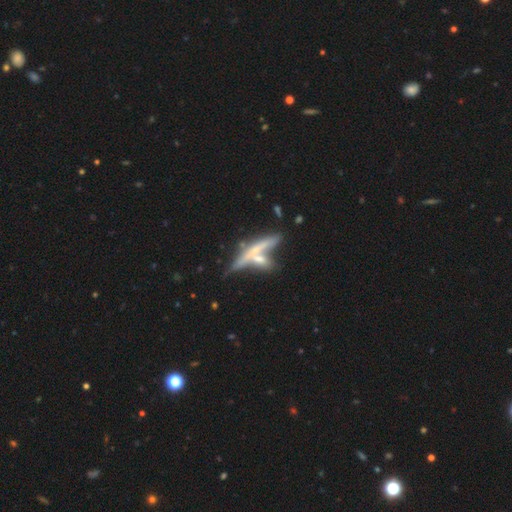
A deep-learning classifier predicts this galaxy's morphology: Overall: featured or disk (55%; smooth 37%). Edge-on disk: yes (82%). Merging: merger (45%; none 39%).